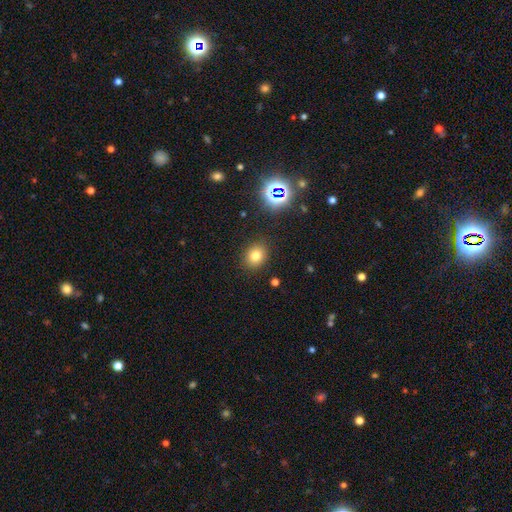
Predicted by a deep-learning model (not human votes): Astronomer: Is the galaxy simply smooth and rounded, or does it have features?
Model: smooth — 75%.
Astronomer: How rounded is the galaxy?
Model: round — 62% (runner-up: in between, 37%).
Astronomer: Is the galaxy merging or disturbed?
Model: none — 87%.